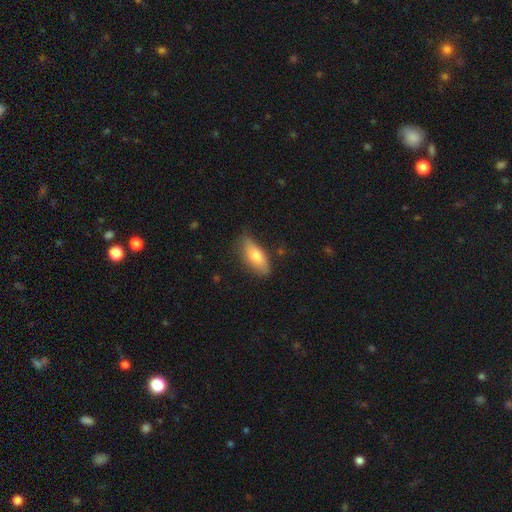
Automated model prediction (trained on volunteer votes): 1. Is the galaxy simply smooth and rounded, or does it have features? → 71% smooth, 23% featured or disk, 6% star or artifact.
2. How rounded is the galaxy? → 72% in between, 25% cigar-shaped, 3% round.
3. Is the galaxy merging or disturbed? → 76% none, 19% minor disturbance, 4% major disturbance, 2% merger.